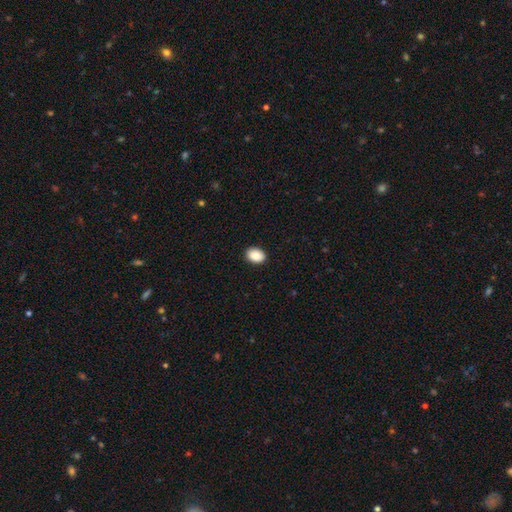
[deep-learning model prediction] Q: Smooth or featured?
A: smooth (90%); runner-up: star or artifact (7%)
Q: How rounded?
A: in between (79%); runner-up: round (20%)
Q: Merging?
A: none (90%); runner-up: minor disturbance (7%)